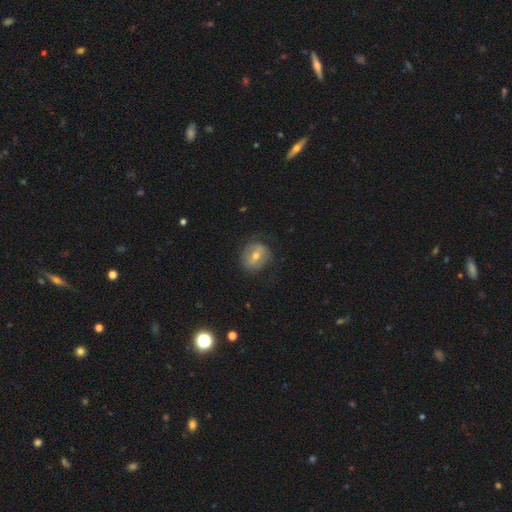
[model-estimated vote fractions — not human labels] Q: Smooth or featured?
A: smooth (51%); runner-up: featured or disk (41%)
Q: How rounded?
A: round (70%); runner-up: in between (29%)
Q: Merging?
A: none (69%); runner-up: minor disturbance (21%)